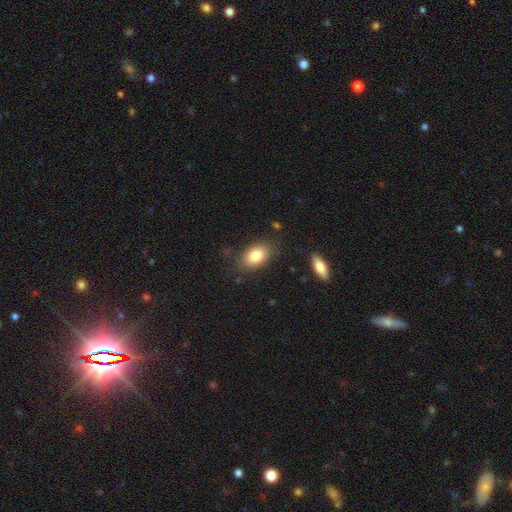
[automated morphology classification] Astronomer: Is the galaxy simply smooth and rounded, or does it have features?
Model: smooth — 82%.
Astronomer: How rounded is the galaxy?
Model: in between — 88%.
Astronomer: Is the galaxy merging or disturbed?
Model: none — 79%.